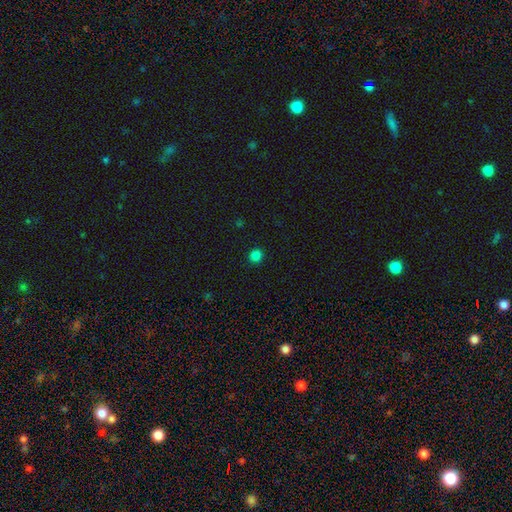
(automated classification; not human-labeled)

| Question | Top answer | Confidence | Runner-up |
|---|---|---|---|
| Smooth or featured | smooth | 82% | star or artifact (15%) |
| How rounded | round | 89% | in between (10%) |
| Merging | none | 92% | minor disturbance (5%) |